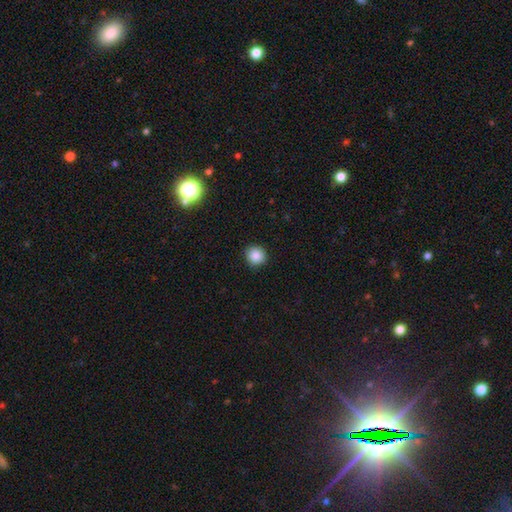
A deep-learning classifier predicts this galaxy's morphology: Smooth or featured? Predicted: smooth (p=0.87). How rounded? Predicted: round (p=0.90). Merging? Predicted: none (p=0.90).